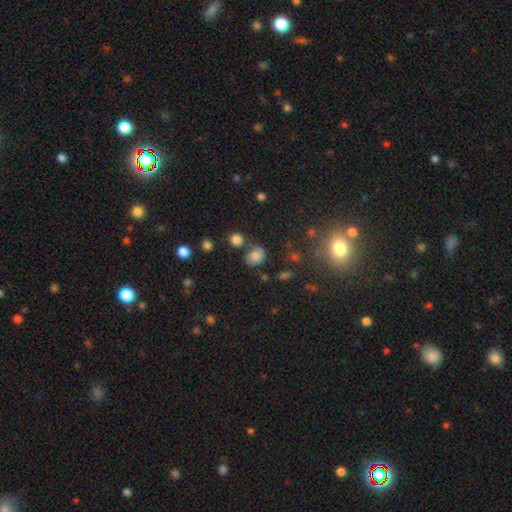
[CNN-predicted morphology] Smooth or featured? Predicted: smooth (p=0.73). How rounded? Predicted: in between (p=0.51). Merging? Predicted: none (p=0.61).